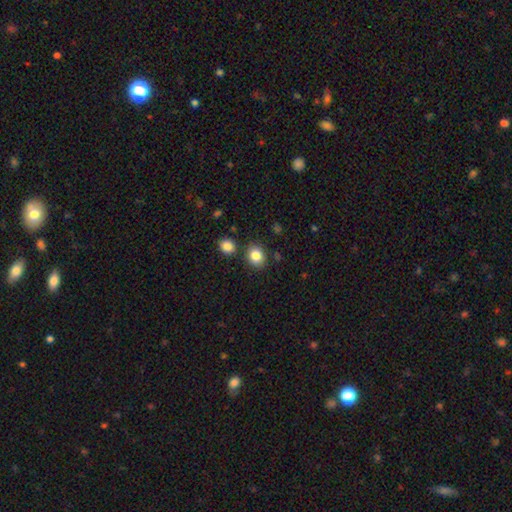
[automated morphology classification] smooth 85%, star or artifact 10%, featured or disk 5%. Down the decision tree: how rounded — round (66%); merging — none (81%).